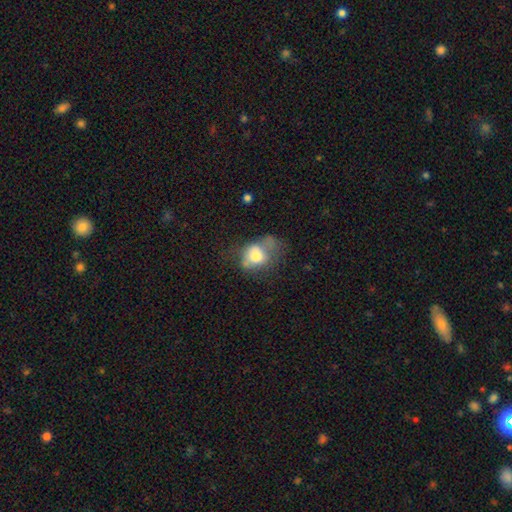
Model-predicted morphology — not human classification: Q: Smooth or featured?
A: smooth (68%); runner-up: featured or disk (22%)
Q: How rounded?
A: in between (54%); runner-up: round (44%)
Q: Merging?
A: major disturbance (34%); runner-up: none (27%)